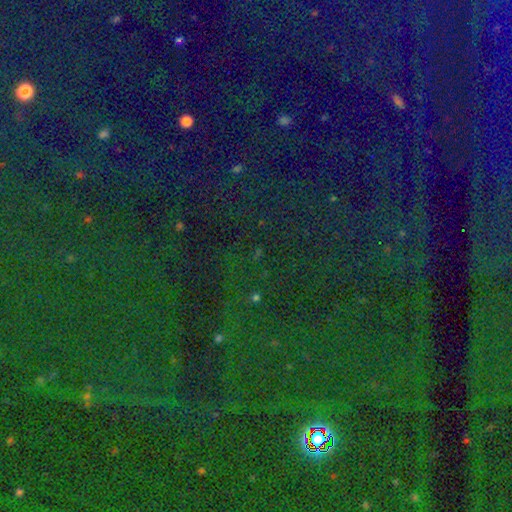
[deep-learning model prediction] Q: Smooth or featured?
A: star or artifact (78%); runner-up: smooth (14%)